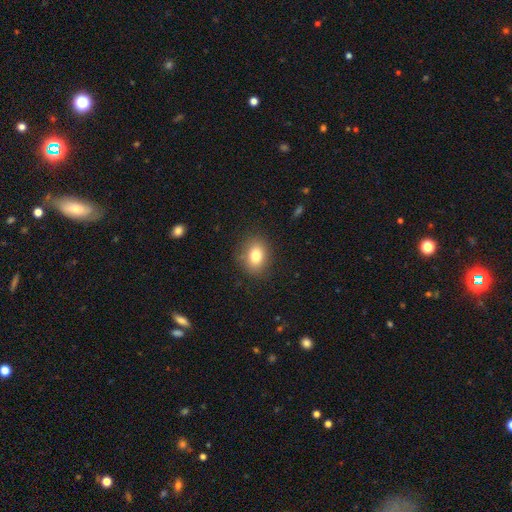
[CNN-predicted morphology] This appears to be a smooth galaxy with no disk features (80%) that is in between round and cigar-shaped (58%). Merging: none (85%).